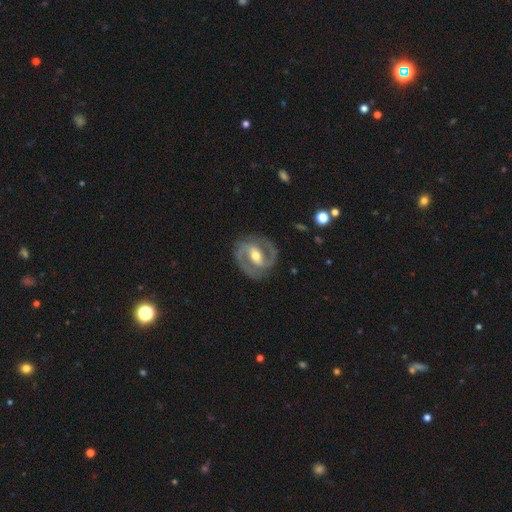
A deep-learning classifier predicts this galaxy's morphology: featured or disk 91%, smooth 5%, star or artifact 4%. Down the decision tree: edge-on disk — no (97%); bar — strong (47%); spiral arms — yes (97%); spiral arm count — 2 (93%); spiral winding — medium (56%); bulge size — moderate (72%); merging — none (85%).